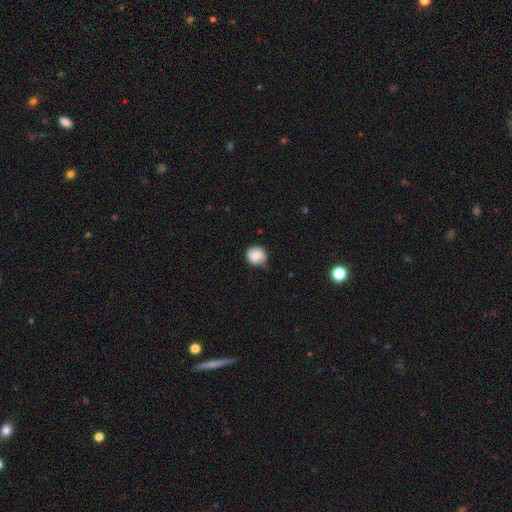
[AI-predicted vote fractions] Q: Smooth or featured?
A: smooth (81%); runner-up: featured or disk (10%)
Q: How rounded?
A: round (88%); runner-up: in between (11%)
Q: Merging?
A: none (62%); runner-up: minor disturbance (29%)